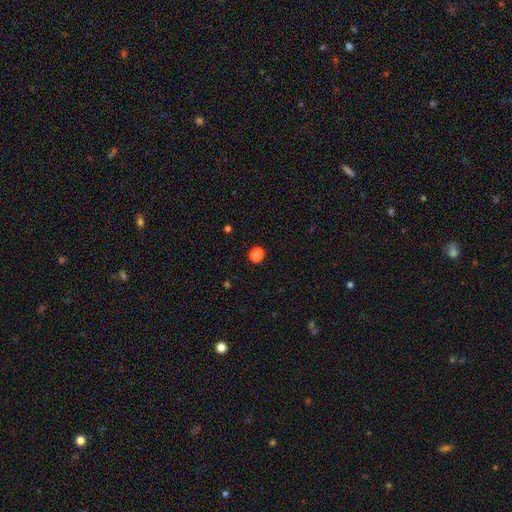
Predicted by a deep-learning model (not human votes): smooth_or_featured: smooth (p=0.73) [alt: star or artifact p=0.22]
how_rounded: round (p=0.61) [alt: in between p=0.38]
merging: none (p=0.76) [alt: minor disturbance p=0.10]